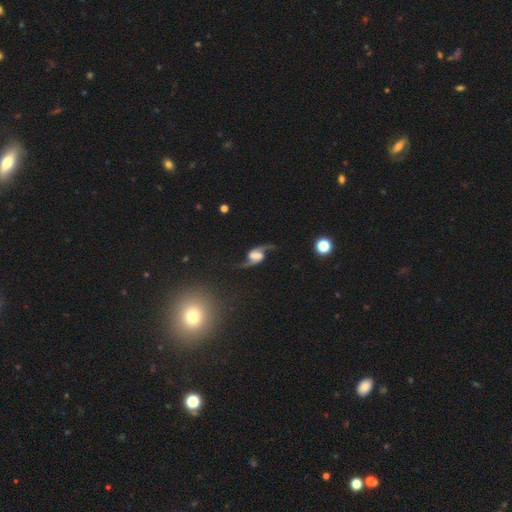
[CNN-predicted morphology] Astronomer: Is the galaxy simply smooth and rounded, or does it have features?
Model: featured or disk — 88%.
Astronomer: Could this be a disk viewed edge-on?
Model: no — 96%.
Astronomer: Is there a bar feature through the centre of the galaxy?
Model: weak — 43% (runner-up: no, 30%).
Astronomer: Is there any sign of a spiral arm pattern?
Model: yes — 97%.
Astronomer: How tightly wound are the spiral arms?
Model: loose — 80%.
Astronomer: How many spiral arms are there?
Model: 2 — 94%.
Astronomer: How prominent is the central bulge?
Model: none — 37% (runner-up: large, 28%).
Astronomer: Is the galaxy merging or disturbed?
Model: none — 75%.